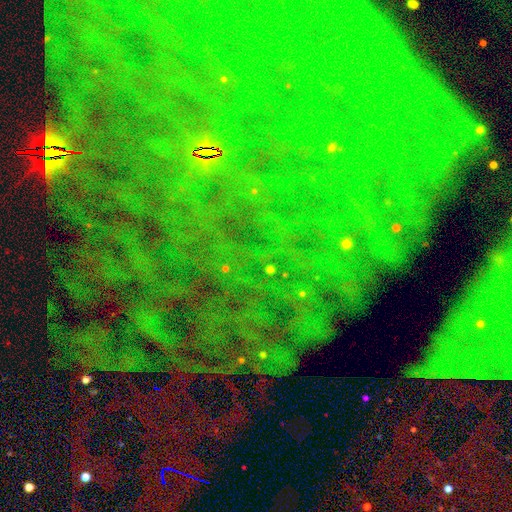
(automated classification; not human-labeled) smooth_or_featured: star or artifact (p=0.83) [alt: featured or disk p=0.09]